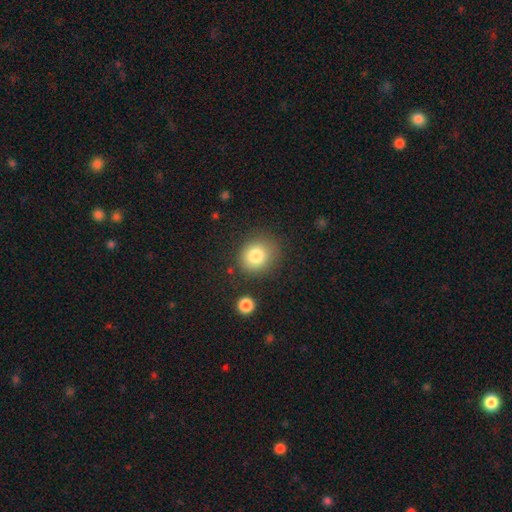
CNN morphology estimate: Smooth or featured?
  - smooth: 83% *
  - star or artifact: 10%
  - featured or disk: 8%
How rounded?
  - round: 75% *
  - in between: 24%
  - cigar-shaped: 1%
Merging?
  - none: 79% *
  - minor disturbance: 12%
  - major disturbance: 5%
  - merger: 4%